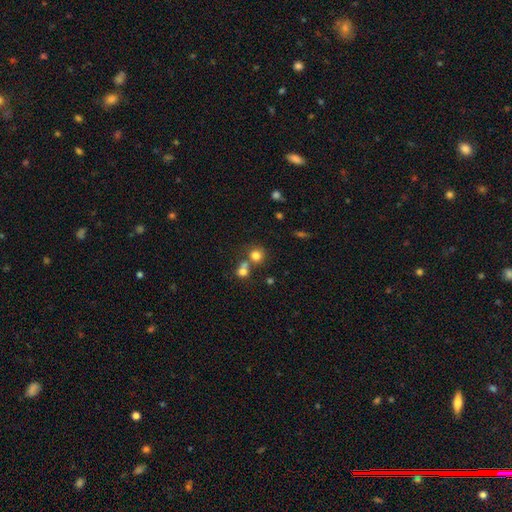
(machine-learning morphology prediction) type=smooth (77%); roundness=round (87%); merging=none (53%).